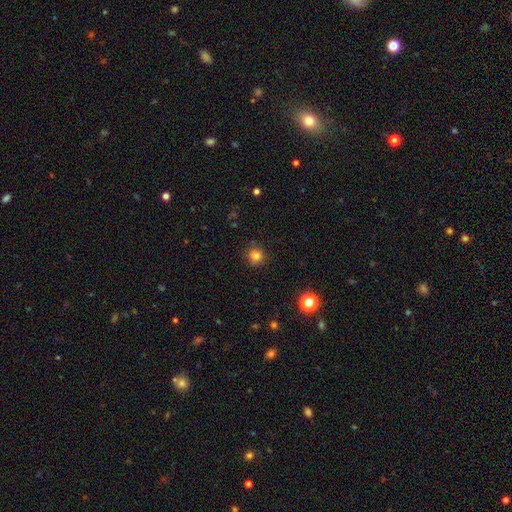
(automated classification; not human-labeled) A smooth galaxy with no disk features (81%) that is round (90%).

Vote fractions:
- Smooth or featured? smooth: 81% / star or artifact: 14% / featured or disk: 6%
- How rounded? round: 90% / in between: 9% / cigar-shaped: 1%
- Merging? none: 87% / minor disturbance: 9% / major disturbance: 2% / merger: 1%